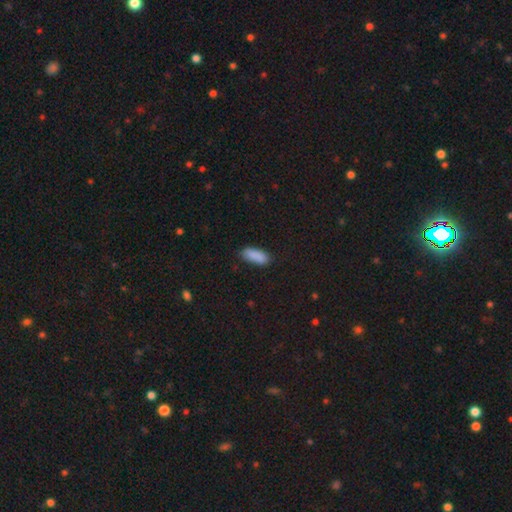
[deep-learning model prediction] The model was most divided on "how rounded": in between: 76%, cigar-shaped: 22%, round: 2%. More confident: smooth or featured — smooth (88%); merging — none (77%).